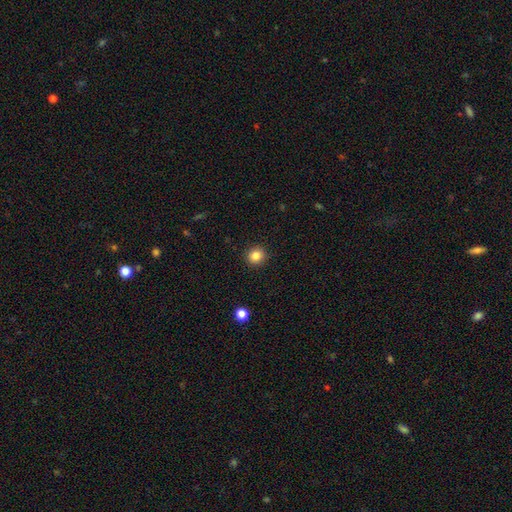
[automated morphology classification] This appears to be a smooth galaxy with no disk features (84%) that is round (90%). Merging: none (92%).